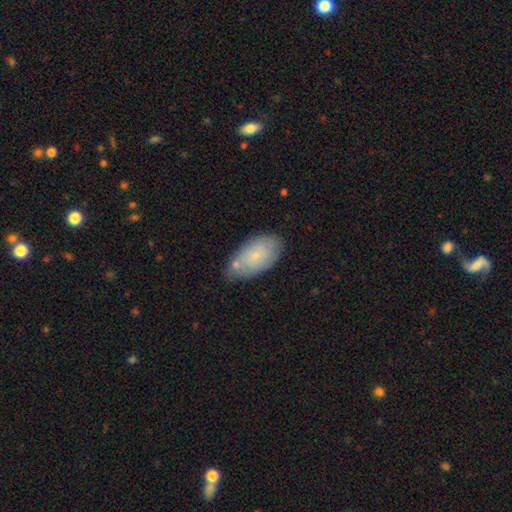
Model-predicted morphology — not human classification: Smooth or featured: smooth — 67% (featured or disk — 26%)
How rounded: in between — 94% (round — 4%)
Merging: none — 64% (minor disturbance — 23%)